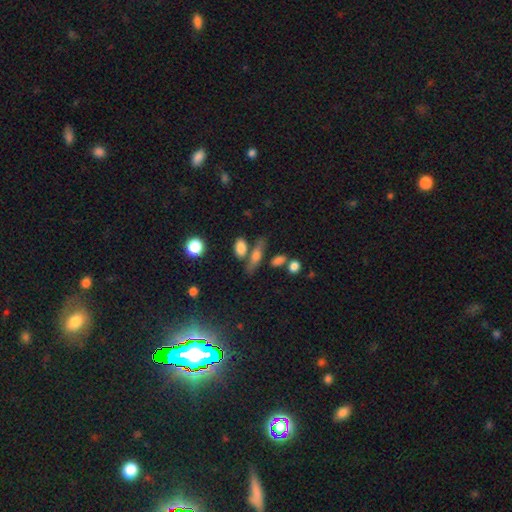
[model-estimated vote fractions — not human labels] Smooth or featured? smooth (66%)
How rounded? in between (55%)
Merging? none (61%)